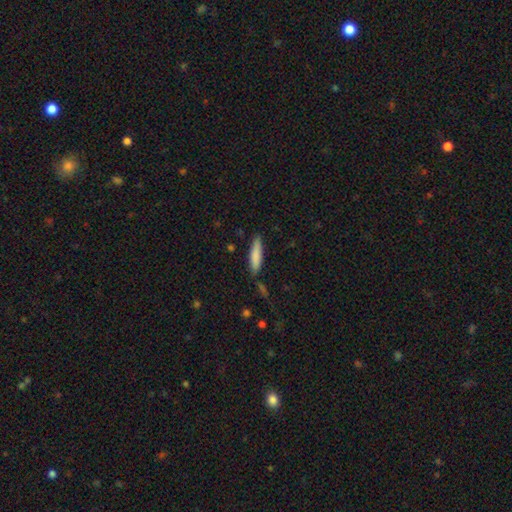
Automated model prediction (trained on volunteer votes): This is clearly a smooth galaxy (82%). How rounded: likely cigar-shaped (79%). Merging: clearly none (81%).